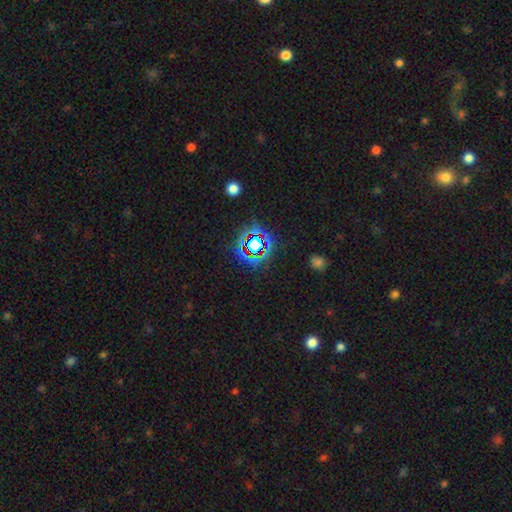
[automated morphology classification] Overall: star or artifact (68%).